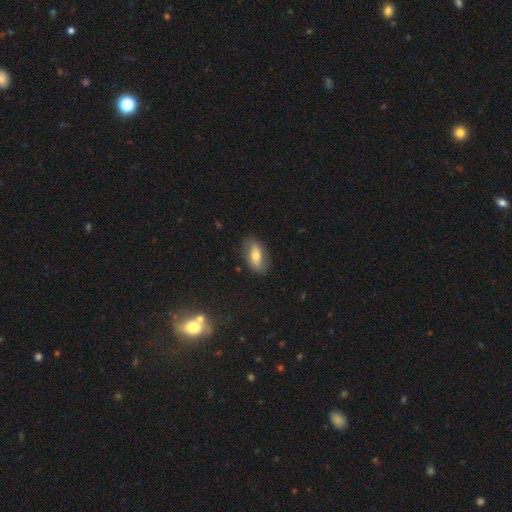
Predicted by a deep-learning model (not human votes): The model was most divided on "smooth or featured": smooth: 66%, featured or disk: 27%, star or artifact: 7%. More confident: how rounded — in between (89%); merging — none (82%).